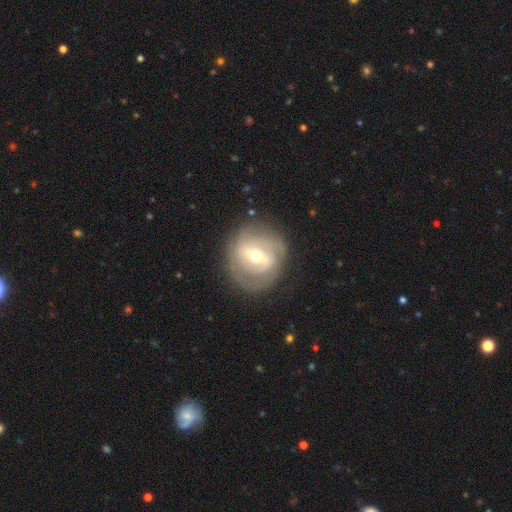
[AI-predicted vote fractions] This is likely a featured or disk galaxy (74%). It is clearly not viewed edge-on (96%). Bar: possibly weak (47%). Spiral arm pattern: clearly yes (82%). Spiral arm count: possibly 2 (54%). Spiral winding: possibly tight (47%). Central bulge: possibly moderate (57%). Merging: likely none (76%).